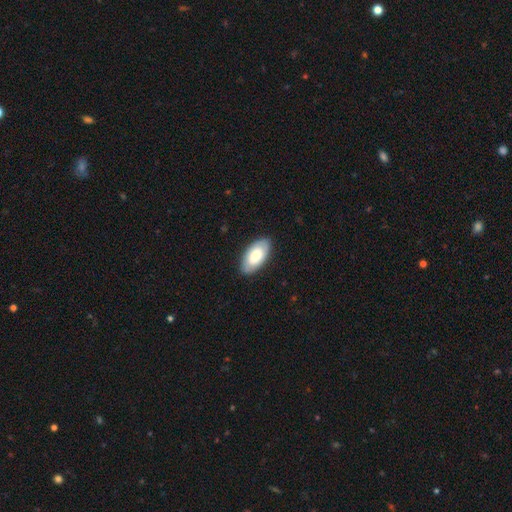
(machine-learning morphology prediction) This appears to be a smooth galaxy with no disk features (76%) that is in between round and cigar-shaped (95%). Merging: none (86%).